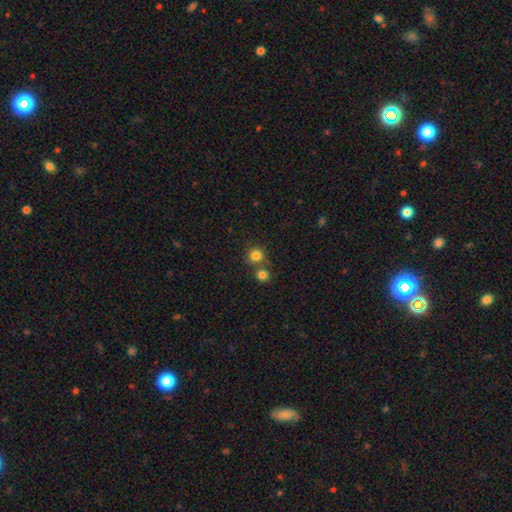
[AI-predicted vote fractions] Smooth or featured? Predicted: smooth (p=0.81). How rounded? Predicted: round (p=0.92). Merging? Predicted: none (p=0.64).